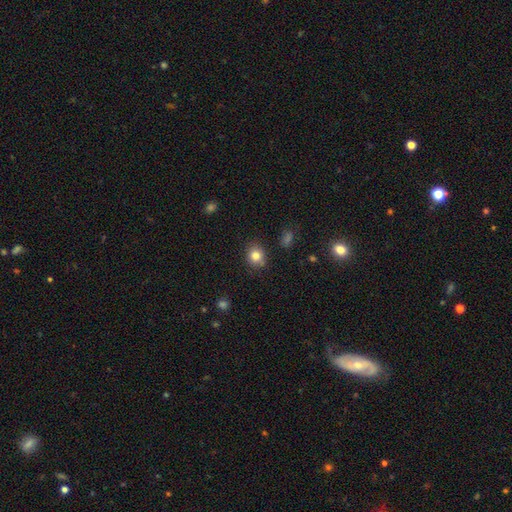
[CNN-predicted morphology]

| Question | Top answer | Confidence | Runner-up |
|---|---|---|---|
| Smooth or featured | smooth | 82% | star or artifact (11%) |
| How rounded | round | 74% | in between (25%) |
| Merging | none | 85% | minor disturbance (11%) |